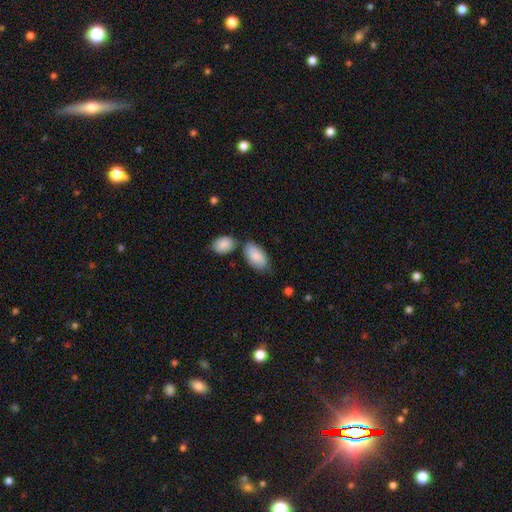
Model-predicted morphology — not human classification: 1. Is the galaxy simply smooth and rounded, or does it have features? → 85% smooth, 9% featured or disk, 6% star or artifact.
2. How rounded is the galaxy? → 94% in between, 3% round, 2% cigar-shaped.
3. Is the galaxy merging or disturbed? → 58% none, 19% minor disturbance, 19% merger, 5% major disturbance.